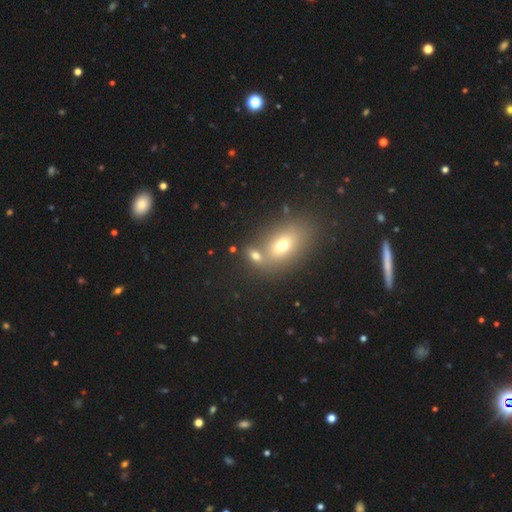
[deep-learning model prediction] Smooth or featured? smooth (68%)
How rounded? in between (70%)
Merging? none (50%)